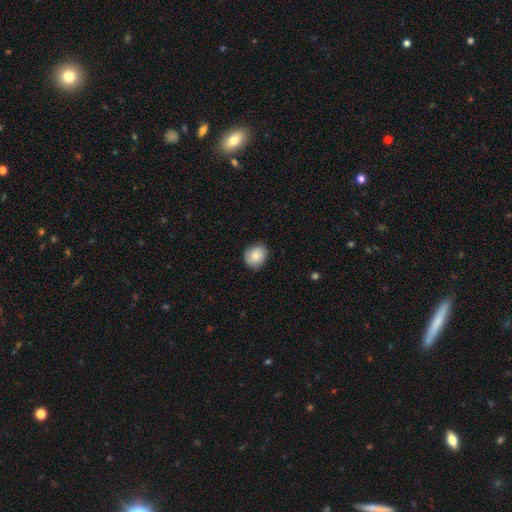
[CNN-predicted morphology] smooth 82%, featured or disk 11%, star or artifact 7%. Down the decision tree: how rounded — round (66%); merging — none (82%).